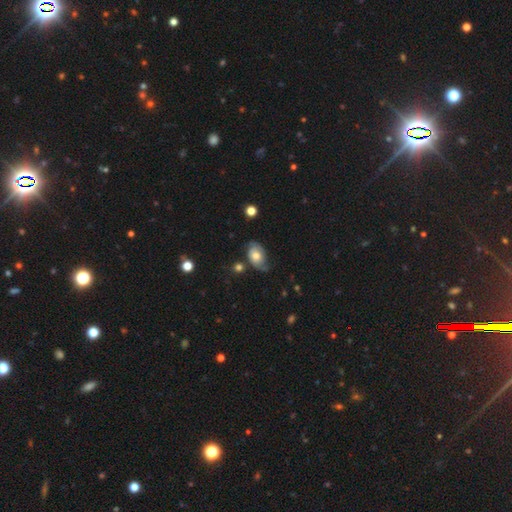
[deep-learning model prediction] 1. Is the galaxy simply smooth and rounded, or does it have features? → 53% smooth, 39% featured or disk, 8% star or artifact.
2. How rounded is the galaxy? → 85% in between, 13% round, 2% cigar-shaped.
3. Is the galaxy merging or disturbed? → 55% none, 29% minor disturbance, 10% major disturbance, 5% merger.